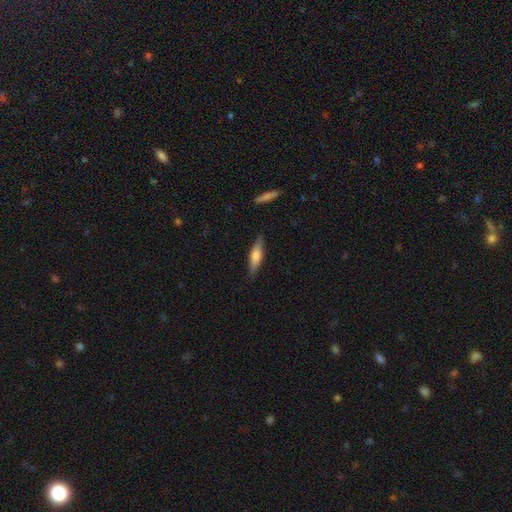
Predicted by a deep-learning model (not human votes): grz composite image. It shows a smooth galaxy with no disk features (57%) that is cigar-shaped (70%). Merging: none (86%).